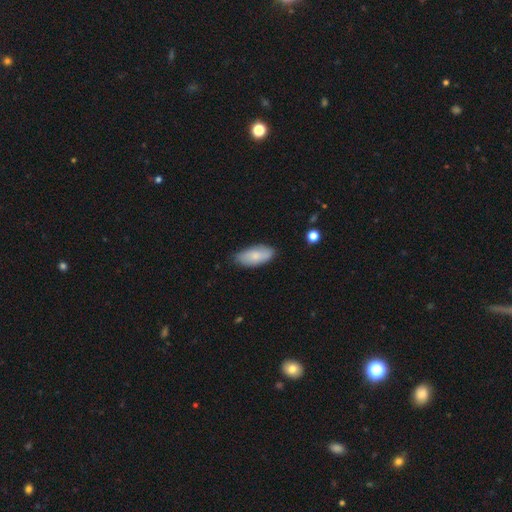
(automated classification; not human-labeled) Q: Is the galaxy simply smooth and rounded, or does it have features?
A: smooth — 78%.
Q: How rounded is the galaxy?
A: in between — 88%.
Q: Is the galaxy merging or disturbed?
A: none — 79%.